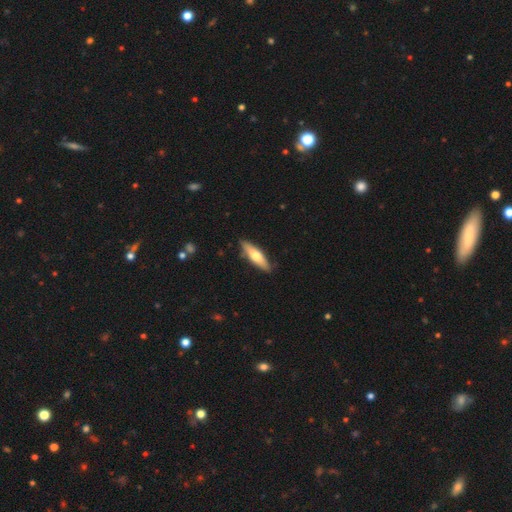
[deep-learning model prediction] A smooth galaxy with no disk features (57%) that is cigar-shaped (62%).

Vote fractions:
- Smooth or featured? smooth: 57% / featured or disk: 38% / star or artifact: 5%
- How rounded? cigar-shaped: 62% / in between: 36% / round: 2%
- Merging? none: 84% / minor disturbance: 13% / major disturbance: 2% / merger: 1%